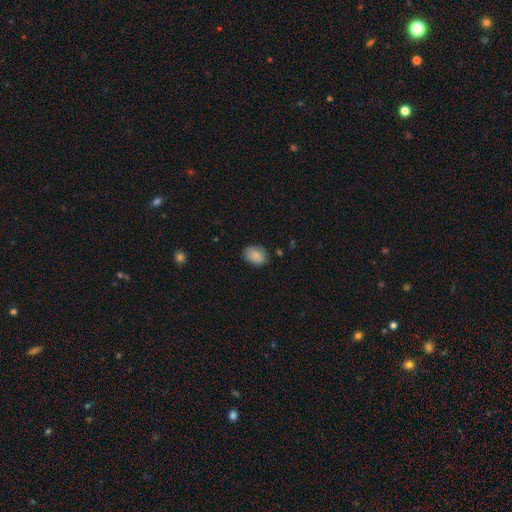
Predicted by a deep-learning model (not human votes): smooth_or_featured: smooth (p=0.85) [alt: star or artifact p=0.07]
how_rounded: in between (p=0.72) [alt: round p=0.27]
merging: none (p=0.77) [alt: minor disturbance p=0.18]